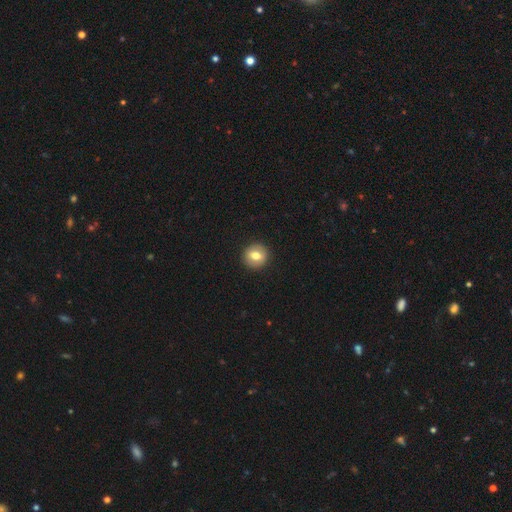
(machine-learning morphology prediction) Smooth or featured? Predicted: smooth (p=0.71). How rounded? Predicted: round (p=0.90). Merging? Predicted: none (p=0.92).